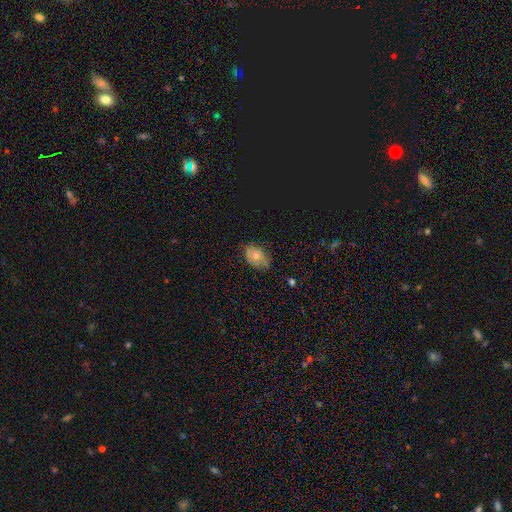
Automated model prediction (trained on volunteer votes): Smooth or featured? Predicted: smooth (p=0.60). How rounded? Predicted: in between (p=0.80). Merging? Predicted: none (p=0.67).